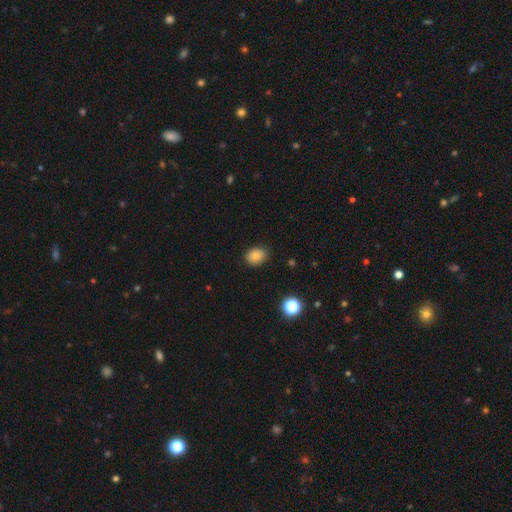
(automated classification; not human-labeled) A smooth galaxy with no disk features (83%) that is in between round and cigar-shaped (55%).

Vote fractions:
- Smooth or featured? smooth: 83% / star or artifact: 11% / featured or disk: 6%
- How rounded? in between: 55% / round: 44% / cigar-shaped: 1%
- Merging? none: 83% / minor disturbance: 13% / major disturbance: 3% / merger: 1%